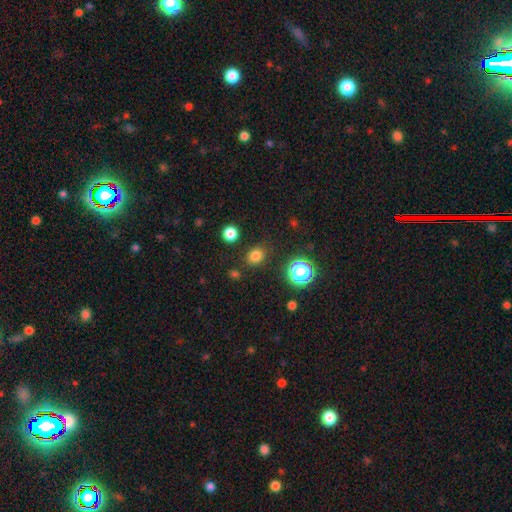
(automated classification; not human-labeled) Smooth or featured?
  - smooth: 78% *
  - star or artifact: 18%
  - featured or disk: 5%
How rounded?
  - round: 69% *
  - in between: 30%
  - cigar-shaped: 1%
Merging?
  - none: 85% *
  - minor disturbance: 9%
  - major disturbance: 3%
  - merger: 3%